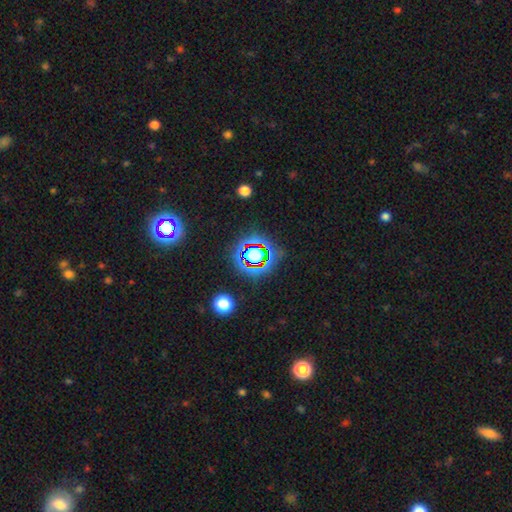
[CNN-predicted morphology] star or artifact 78%, smooth 14%, featured or disk 8%.